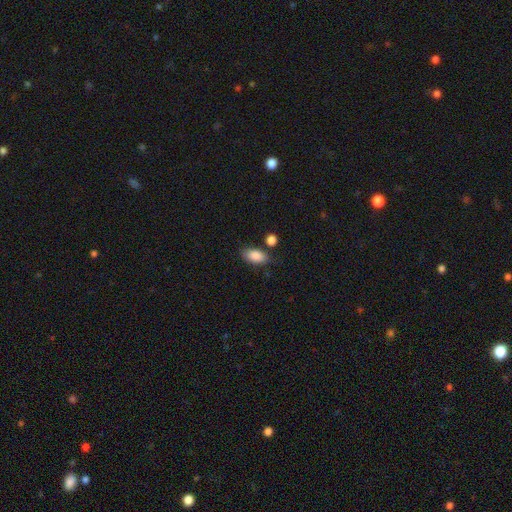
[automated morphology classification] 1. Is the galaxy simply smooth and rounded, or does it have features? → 88% smooth, 7% star or artifact, 5% featured or disk.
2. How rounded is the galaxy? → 92% in between, 5% round, 3% cigar-shaped.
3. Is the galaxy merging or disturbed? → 74% none, 15% minor disturbance, 7% merger, 4% major disturbance.